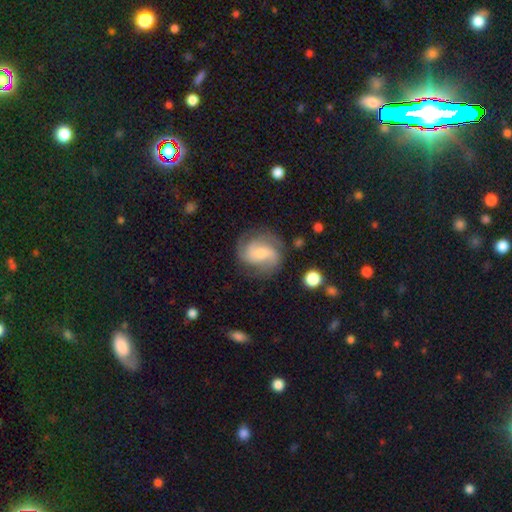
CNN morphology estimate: A featured or disk galaxy (76%) with a weak bar (45%), 2 (42%) medium (49%) spiral arms (95%) and a small central bulge (46%).

Vote fractions:
- Smooth or featured? featured or disk: 76% / smooth: 18% / star or artifact: 6%
- Edge-on disk? no: 98% / yes: 2%
- Bar? weak: 45% / no: 43% / strong: 12%
- Spiral arms? yes: 95% / no: 5%
- Spiral winding? medium: 49% / tight: 27% / loose: 25%
- Spiral arm count? 2: 42% / 3: 32% / can't tell: 13% / 4: 5% / 1: 4% / more than 4: 3%
- Bulge size? small: 46% / moderate: 42% / large: 6% / none: 5% / dominant: 1%
- Merging? none: 71% / minor disturbance: 18% / major disturbance: 9% / merger: 2%